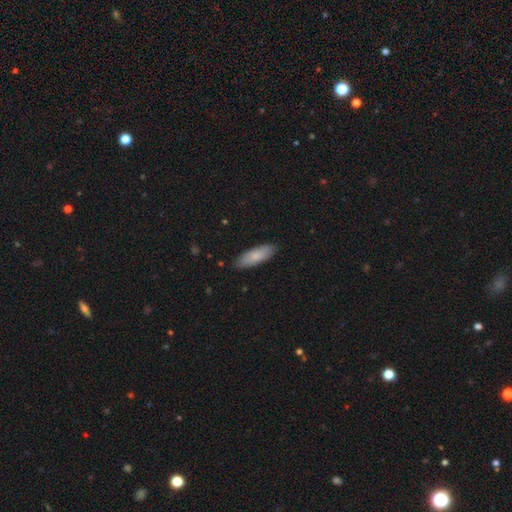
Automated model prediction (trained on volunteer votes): smooth-or-featured: smooth: 77% | featured or disk: 17% | star or artifact: 6%
  how-rounded: in between: 61% | cigar-shaped: 37% | round: 2%
  merging: none: 86% | minor disturbance: 11% | major disturbance: 2% | merger: 1%